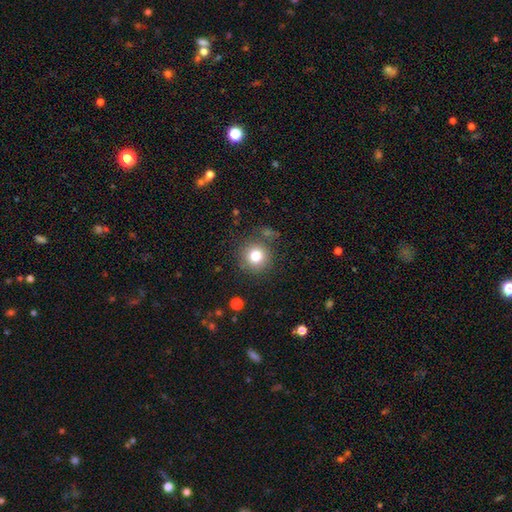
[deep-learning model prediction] Smooth or featured? smooth (79%)
How rounded? round (94%)
Merging? none (83%)